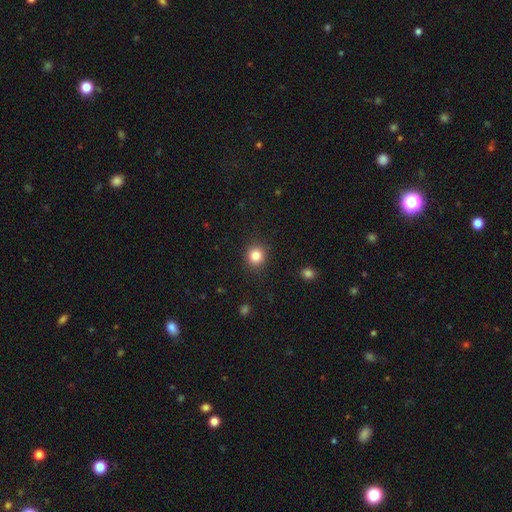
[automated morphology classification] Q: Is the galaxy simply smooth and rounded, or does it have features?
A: smooth — 84%.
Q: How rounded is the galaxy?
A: round — 89%.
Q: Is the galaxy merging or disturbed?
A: none — 90%.